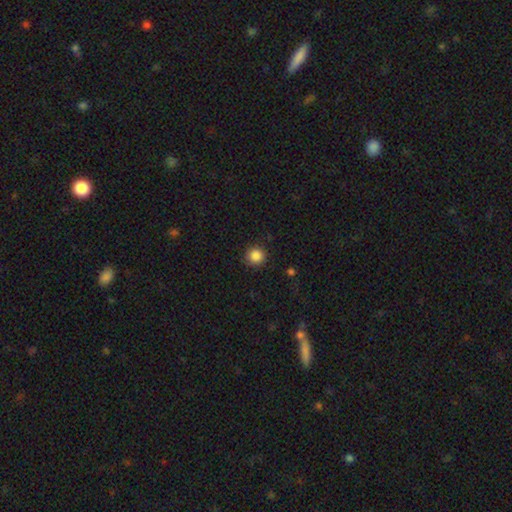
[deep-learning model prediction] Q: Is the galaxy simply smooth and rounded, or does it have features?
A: smooth — 87%.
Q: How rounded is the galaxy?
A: round — 93%.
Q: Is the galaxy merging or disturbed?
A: none — 90%.